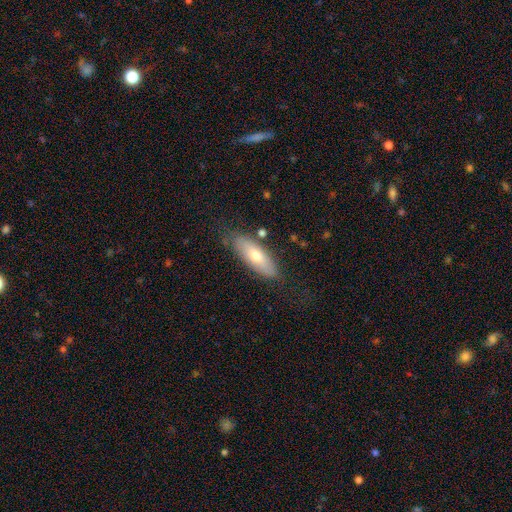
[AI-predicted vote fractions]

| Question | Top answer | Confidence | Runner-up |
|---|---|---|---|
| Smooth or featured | smooth | 61% | featured or disk (32%) |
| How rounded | in between | 66% | cigar-shaped (32%) |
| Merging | none | 76% | minor disturbance (17%) |